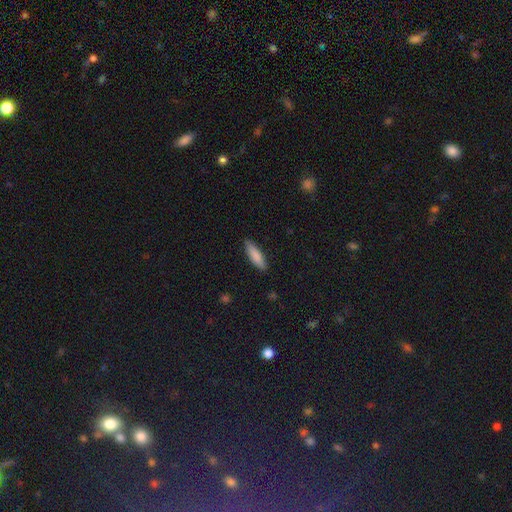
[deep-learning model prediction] This is clearly a smooth galaxy (87%). How rounded: likely cigar-shaped (62%). Merging: clearly none (87%).